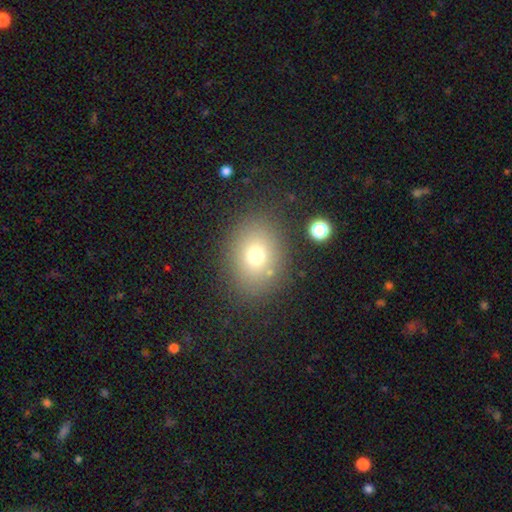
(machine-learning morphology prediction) smooth_or_featured: smooth (p=0.73) [alt: star or artifact p=0.14]
how_rounded: in between (p=0.57) [alt: round p=0.42]
merging: none (p=0.82) [alt: minor disturbance p=0.10]